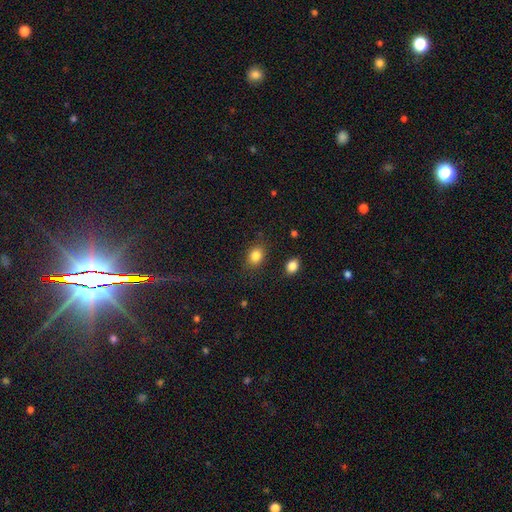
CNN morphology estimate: type=smooth (84%); roundness=in between (57%); merging=none (82%).